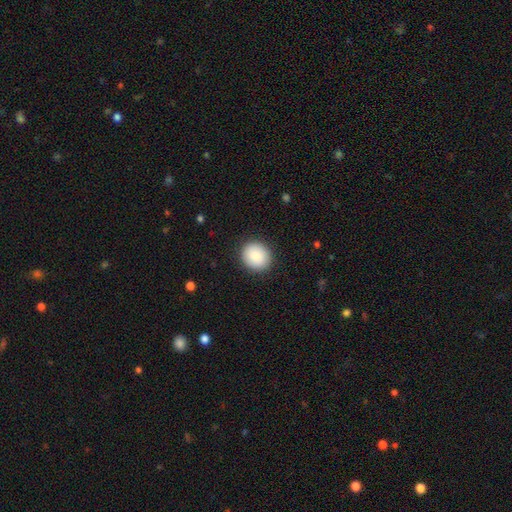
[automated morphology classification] A smooth galaxy with no disk features (87%) that is round (81%).

Vote fractions:
- Smooth or featured? smooth: 87% / star or artifact: 7% / featured or disk: 5%
- How rounded? round: 81% / in between: 19% / cigar-shaped: 1%
- Merging? none: 90% / minor disturbance: 7% / major disturbance: 2% / merger: 1%